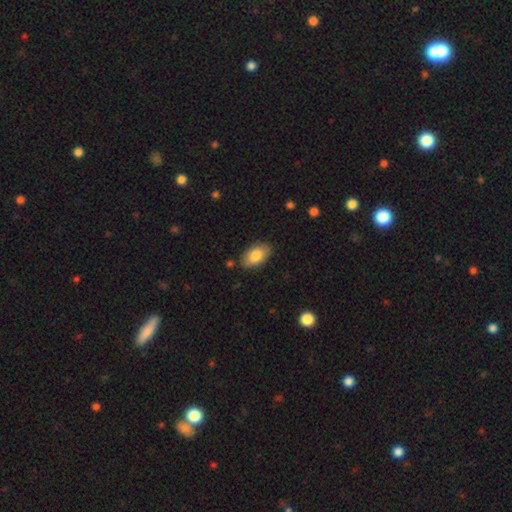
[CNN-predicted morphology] Smooth or featured: smooth — 82% (featured or disk — 12%)
How rounded: in between — 94% (round — 4%)
Merging: none — 83% (minor disturbance — 13%)